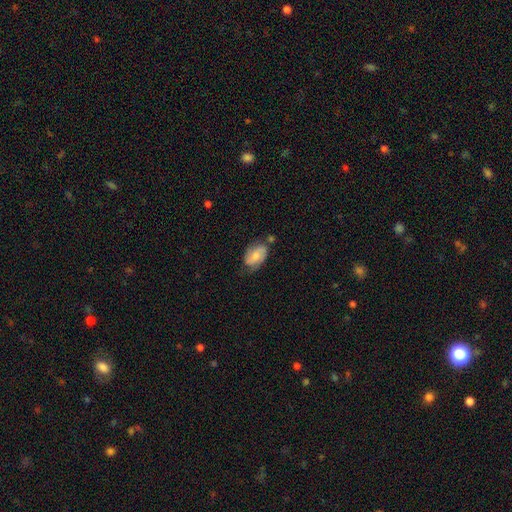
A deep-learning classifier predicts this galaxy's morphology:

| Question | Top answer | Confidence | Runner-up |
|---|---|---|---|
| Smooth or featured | smooth | 53% | featured or disk (40%) |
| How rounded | in between | 90% | round (8%) |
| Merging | none | 55% | minor disturbance (29%) |